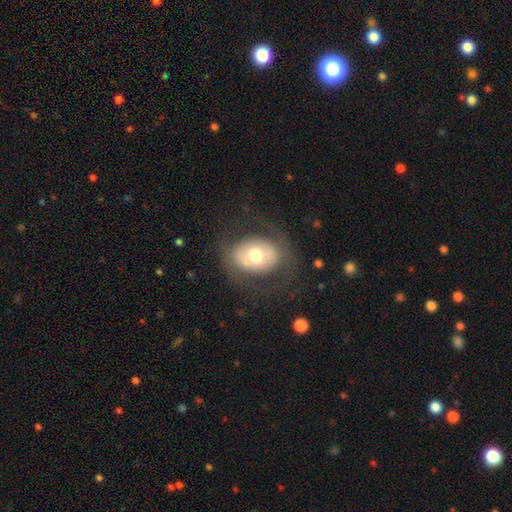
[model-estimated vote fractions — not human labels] A smooth galaxy with no disk features (49%).

Vote fractions:
- Smooth or featured? smooth: 49% / featured or disk: 43% / star or artifact: 8%
- Merging? none: 68% / minor disturbance: 16% / major disturbance: 14% / merger: 2%